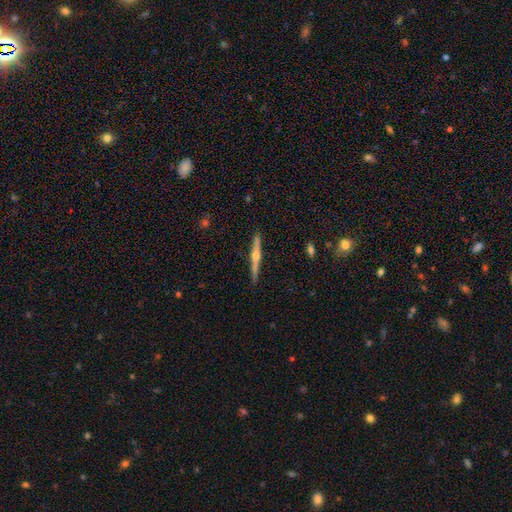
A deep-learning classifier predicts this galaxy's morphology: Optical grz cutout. It shows a featured or disk galaxy (79%) viewed edge-on (98%) with a rounded central bulge (93%). Merging: none (91%).